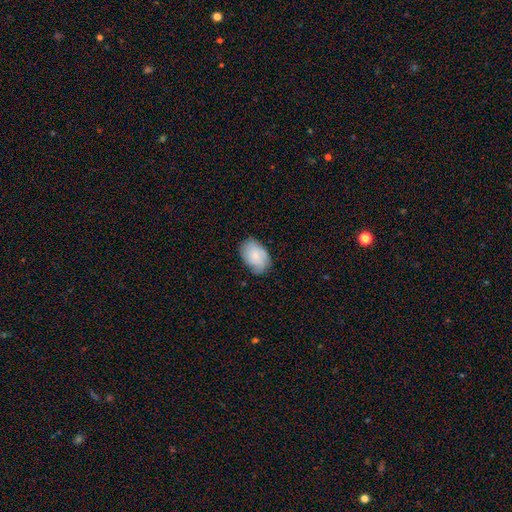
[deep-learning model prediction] A smooth galaxy with no disk features (67%) that is in between round and cigar-shaped (86%). Merging: none (66%).